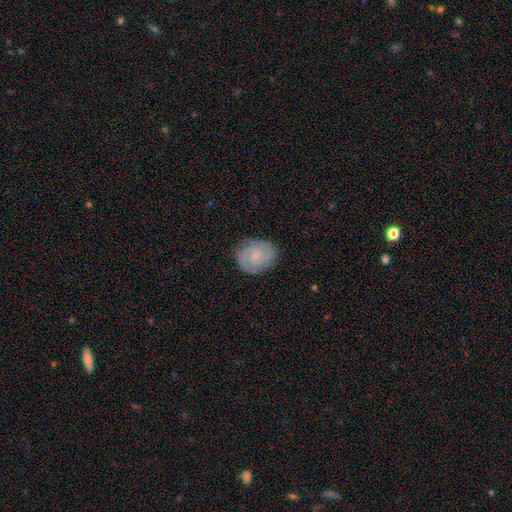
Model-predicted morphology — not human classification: Smooth or featured? featured or disk (75%)
Edge-on disk? no (98%)
Bar? no (67%)
Spiral arms? yes (96%)
Spiral winding? tight (69%)
Spiral arm count? 2 (60%)
Bulge size? small (70%)
Merging? none (82%)